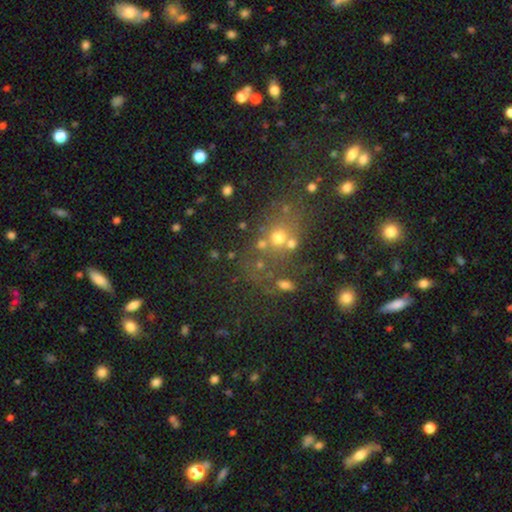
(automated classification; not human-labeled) A star or artifact, not a galaxy (47%).